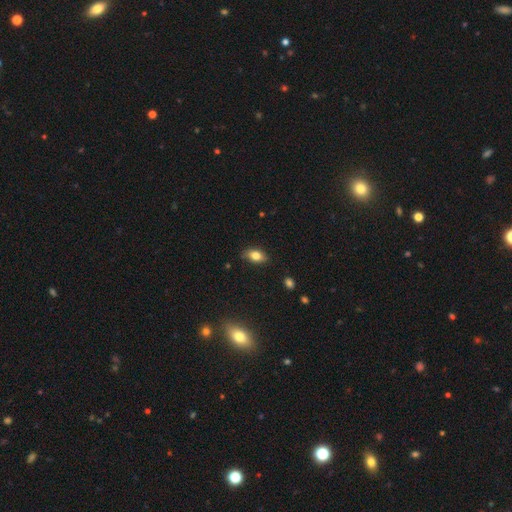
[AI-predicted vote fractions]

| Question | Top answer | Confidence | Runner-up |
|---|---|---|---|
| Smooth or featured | smooth | 79% | featured or disk (12%) |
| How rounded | in between | 86% | round (10%) |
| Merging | none | 78% | minor disturbance (18%) |